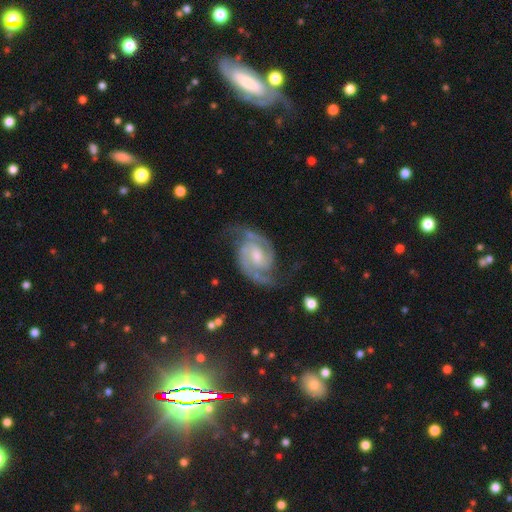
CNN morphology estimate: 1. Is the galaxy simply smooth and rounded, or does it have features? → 92% featured or disk, 4% star or artifact, 3% smooth.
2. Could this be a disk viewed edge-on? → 98% no, 2% yes.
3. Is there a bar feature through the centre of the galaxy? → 49% weak, 39% no, 13% strong.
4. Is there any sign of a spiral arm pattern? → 98% yes, 2% no.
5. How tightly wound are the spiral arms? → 55% medium, 34% tight, 11% loose.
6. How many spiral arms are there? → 93% 2, 2% can't tell, 2% 3, 1% 1, 1% 4, 1% more than 4.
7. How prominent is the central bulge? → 50% moderate, 36% small, 7% none, 5% large, 1% dominant.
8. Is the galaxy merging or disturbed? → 74% none, 17% minor disturbance, 7% major disturbance, 2% merger.